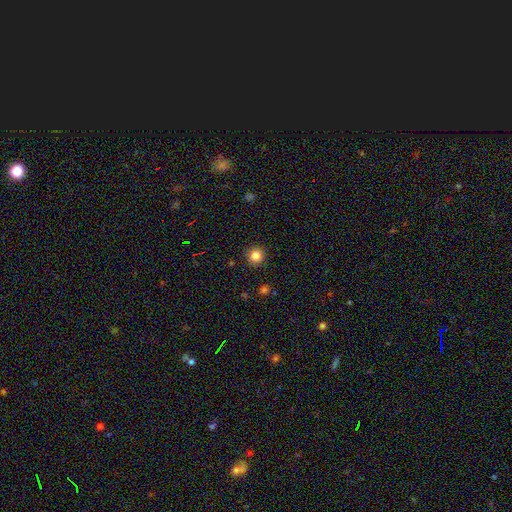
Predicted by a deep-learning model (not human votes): smooth-or-featured: smooth: 84% | star or artifact: 12% | featured or disk: 5%
  how-rounded: round: 95% | in between: 4% | cigar-shaped: 1%
  merging: none: 92% | minor disturbance: 5% | major disturbance: 2% | merger: 1%